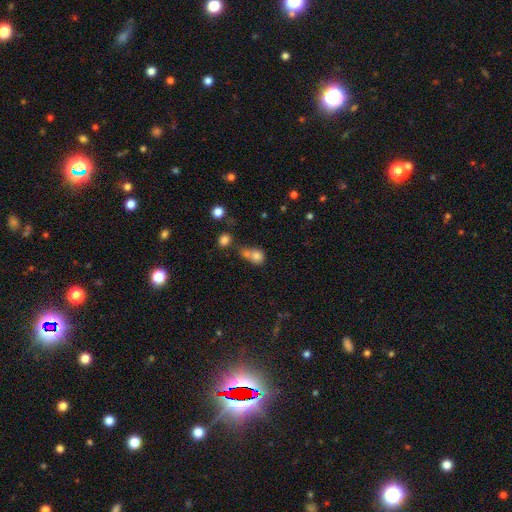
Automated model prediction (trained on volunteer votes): Smooth or featured? Predicted: smooth (p=0.77). How rounded? Predicted: round (p=0.64). Merging? Predicted: merger (p=0.51).